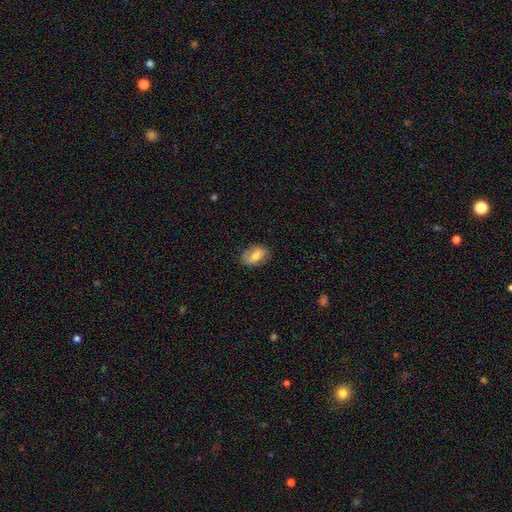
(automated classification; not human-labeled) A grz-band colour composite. It shows a smooth galaxy with no disk features (67%) that is in between round and cigar-shaped (89%). Merging: none (78%).